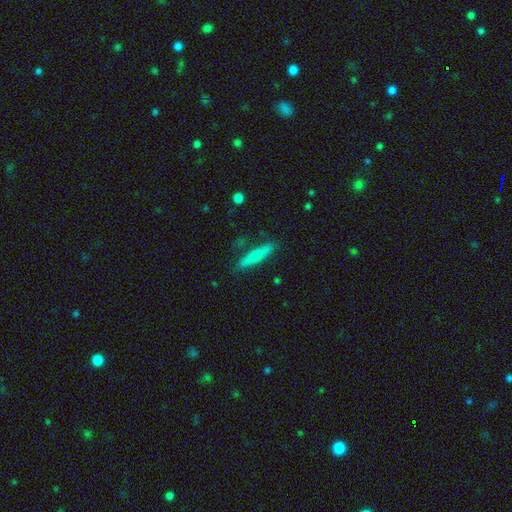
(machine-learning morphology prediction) smooth_or_featured: smooth (p=0.65) [alt: featured or disk p=0.28]
how_rounded: cigar-shaped (p=0.86) [alt: in between p=0.13]
merging: none (p=0.84) [alt: minor disturbance p=0.11]